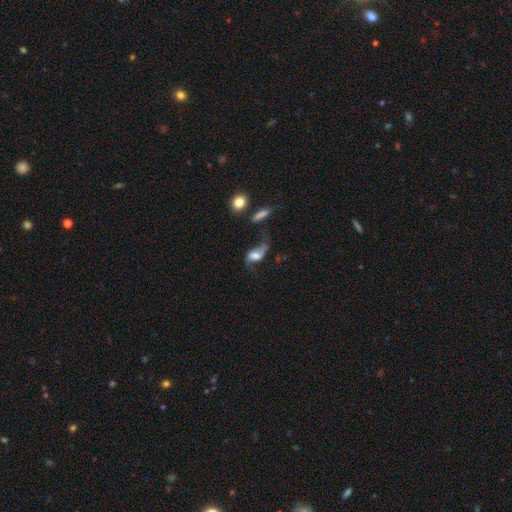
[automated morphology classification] Smooth or featured? Predicted: featured or disk (p=0.55). Edge-on disk? Predicted: no (p=0.90). Merging? Predicted: none (p=0.35).